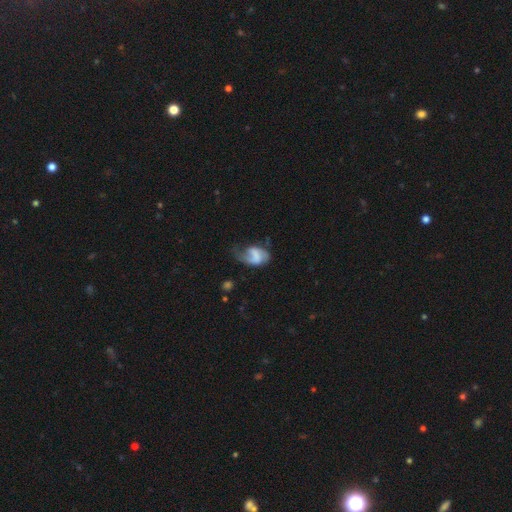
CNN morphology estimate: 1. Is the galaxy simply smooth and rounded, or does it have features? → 51% featured or disk, 41% smooth, 8% star or artifact.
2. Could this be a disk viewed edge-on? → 97% no, 3% yes.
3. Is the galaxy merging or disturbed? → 39% major disturbance, 29% minor disturbance, 29% none, 3% merger.